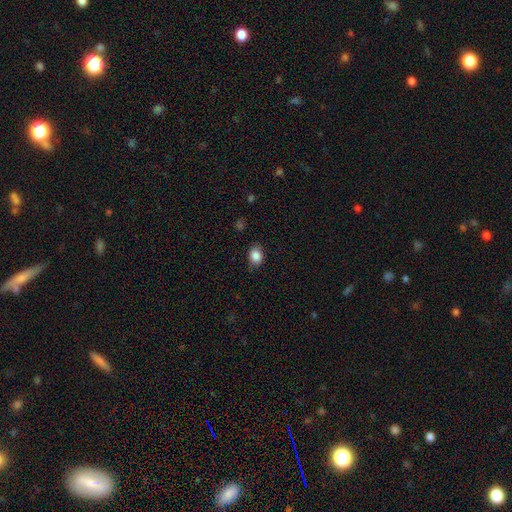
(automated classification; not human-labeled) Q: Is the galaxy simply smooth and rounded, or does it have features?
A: smooth — 86%.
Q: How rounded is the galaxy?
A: in between — 62%.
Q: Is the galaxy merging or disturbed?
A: none — 80%.